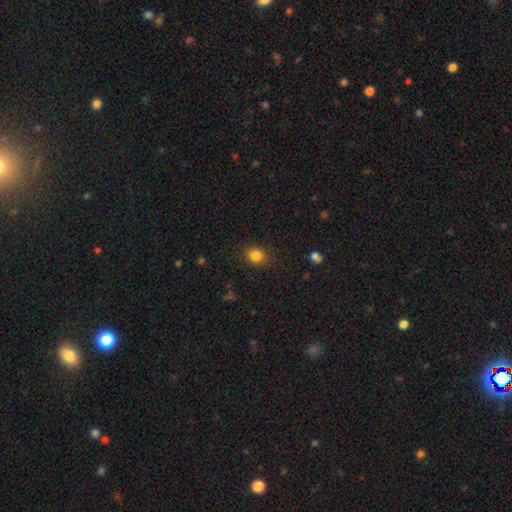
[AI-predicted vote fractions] Morphology: type=smooth (84%); roundness=round (61%); merging=none (86%).